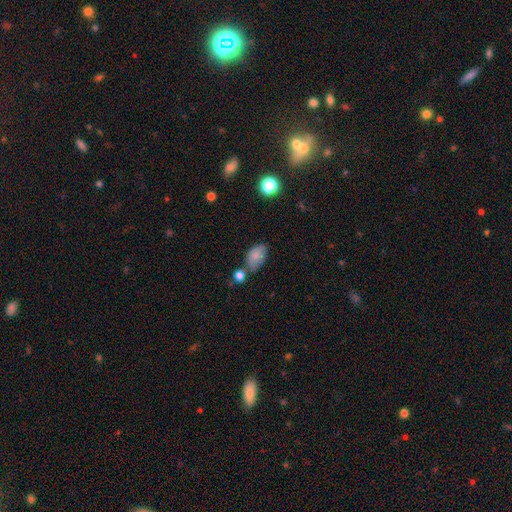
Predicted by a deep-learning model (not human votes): Smooth or featured: smooth — 81% (featured or disk — 10%)
How rounded: in between — 91% (round — 8%)
Merging: none — 53% (minor disturbance — 27%)